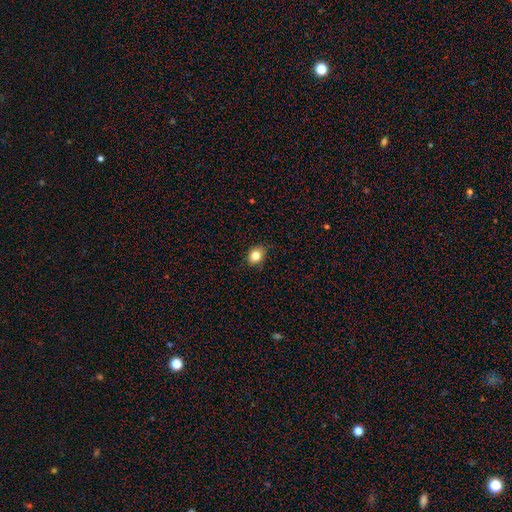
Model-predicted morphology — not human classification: Smooth or featured?
  - smooth: 83% *
  - star or artifact: 11%
  - featured or disk: 6%
How rounded?
  - round: 59% *
  - in between: 40%
  - cigar-shaped: 1%
Merging?
  - none: 84% *
  - minor disturbance: 13%
  - major disturbance: 2%
  - merger: 1%